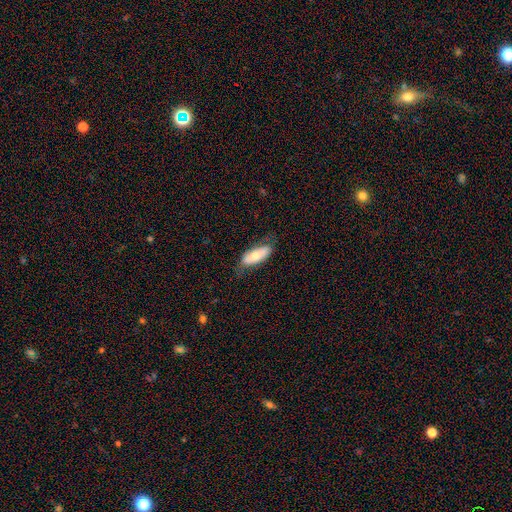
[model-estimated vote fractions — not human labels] smooth_or_featured: smooth (p=0.63) [alt: featured or disk p=0.32]
how_rounded: in between (p=0.80) [alt: cigar-shaped p=0.18]
merging: none (p=0.70) [alt: minor disturbance p=0.22]